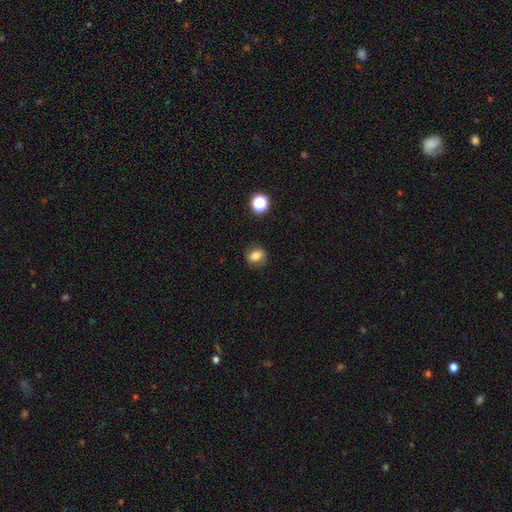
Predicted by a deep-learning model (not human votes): Morphology: type=smooth (71%); roundness=round (51%); merging=none (78%).